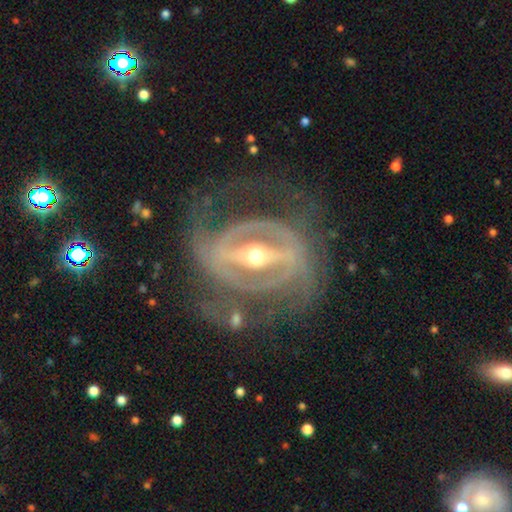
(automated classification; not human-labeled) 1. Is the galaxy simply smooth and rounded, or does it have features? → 90% featured or disk, 5% smooth, 5% star or artifact.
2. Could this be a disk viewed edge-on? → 92% no, 8% yes.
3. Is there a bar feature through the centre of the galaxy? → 82% strong, 13% weak, 5% no.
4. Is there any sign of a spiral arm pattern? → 84% yes, 16% no.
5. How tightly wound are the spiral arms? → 41% tight, 39% medium, 20% loose.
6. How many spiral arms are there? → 65% 2, 15% can't tell, 8% 3, 5% 1, 4% 4, 3% more than 4.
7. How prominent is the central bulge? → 67% moderate, 26% small, 5% large, 1% dominant, 1% none.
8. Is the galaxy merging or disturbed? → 58% none, 22% major disturbance, 17% minor disturbance, 4% merger.